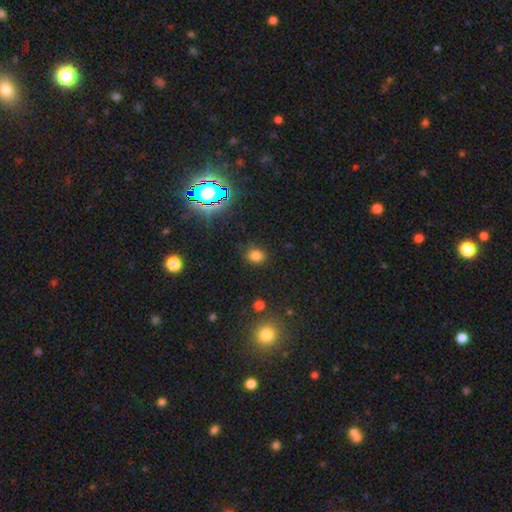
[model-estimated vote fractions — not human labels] A smooth galaxy with no disk features (75%) that is round (71%).

Vote fractions:
- Smooth or featured? smooth: 75% / star or artifact: 19% / featured or disk: 6%
- How rounded? round: 71% / in between: 28% / cigar-shaped: 1%
- Merging? none: 83% / minor disturbance: 11% / major disturbance: 3% / merger: 3%